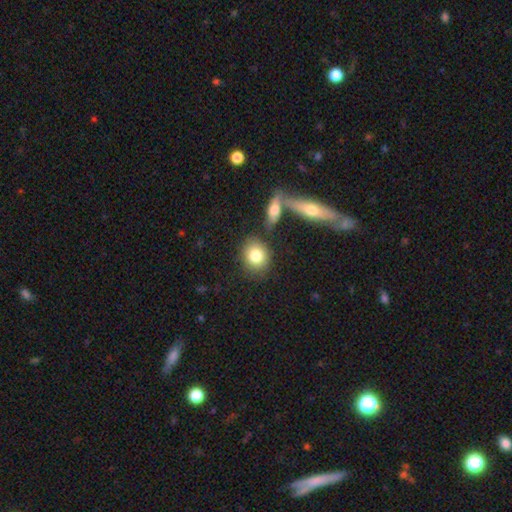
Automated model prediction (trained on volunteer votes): The model was most divided on "how rounded": round: 66%, in between: 32%, cigar-shaped: 2%. More confident: smooth or featured — smooth (82%); merging — none (74%).